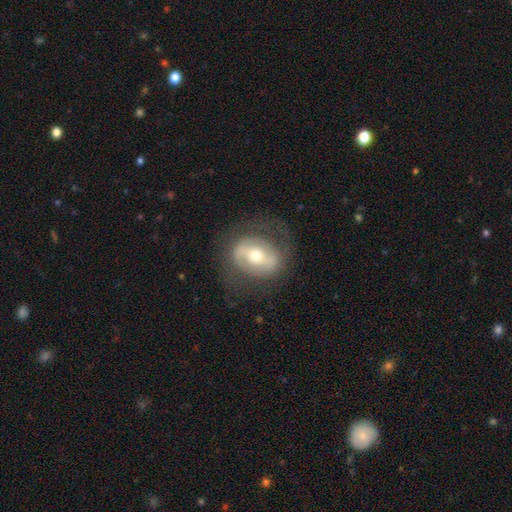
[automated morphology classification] smooth_or_featured: featured or disk (p=0.67) [alt: smooth p=0.26]
disk_edge_on: no (p=0.92) [alt: yes p=0.08]
bar: strong (p=0.47) [alt: weak p=0.31]
has_spiral_arms: yes (p=0.52) [alt: no p=0.48]
bulge_size: moderate (p=0.63) [alt: small p=0.29]
merging: none (p=0.69) [alt: minor disturbance p=0.16]